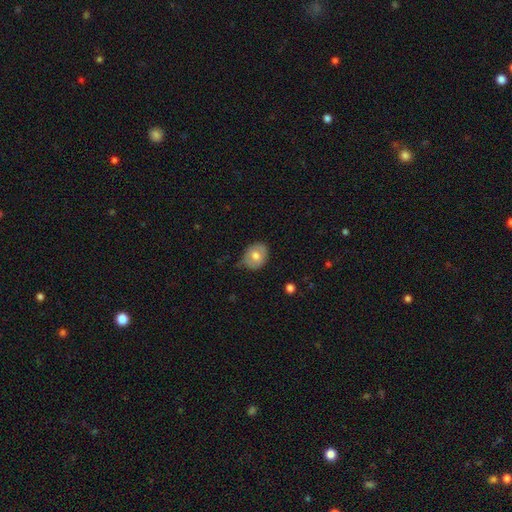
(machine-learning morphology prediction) A smooth galaxy with no disk features (66%) that is in between round and cigar-shaped (50%). Merging: none (70%).